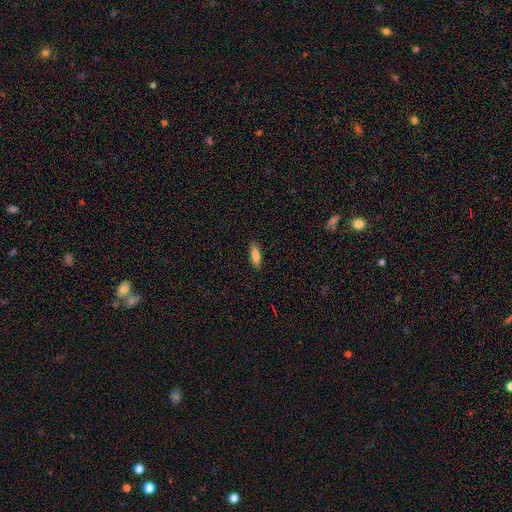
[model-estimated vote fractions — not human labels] A smooth galaxy with no disk features (81%) that is in between round and cigar-shaped (61%).

Vote fractions:
- Smooth or featured? smooth: 81% / featured or disk: 13% / star or artifact: 7%
- How rounded? in between: 61% / cigar-shaped: 37% / round: 2%
- Merging? none: 89% / minor disturbance: 9% / major disturbance: 2% / merger: 1%